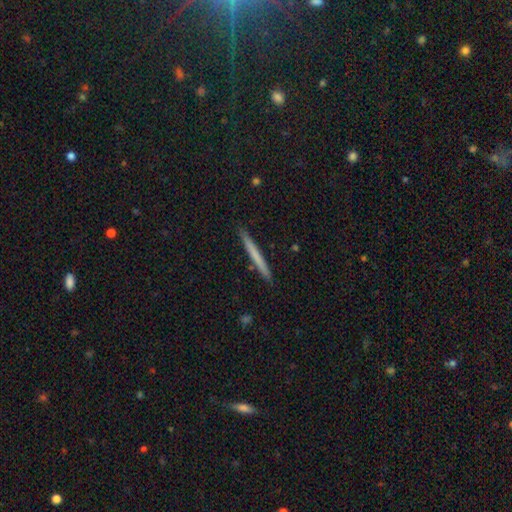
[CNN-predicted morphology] smooth_or_featured: smooth (p=0.62) [alt: featured or disk p=0.32]
how_rounded: cigar-shaped (p=0.97) [alt: in between p=0.02]
merging: none (p=0.91) [alt: minor disturbance p=0.06]